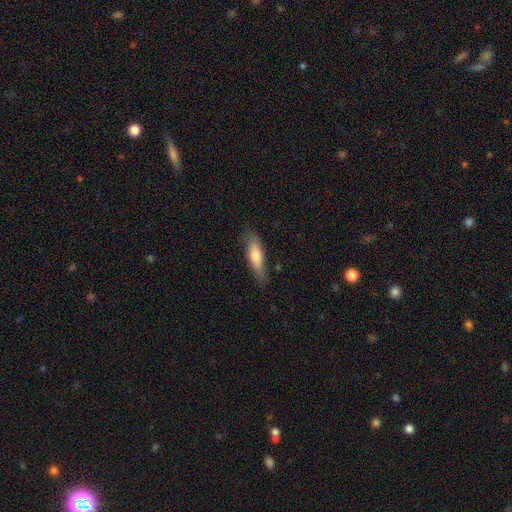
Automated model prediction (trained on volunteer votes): A smooth galaxy with no disk features (64%) that is cigar-shaped (58%).

Vote fractions:
- Smooth or featured? smooth: 64% / featured or disk: 30% / star or artifact: 6%
- How rounded? cigar-shaped: 58% / in between: 40% / round: 2%
- Merging? none: 74% / minor disturbance: 20% / major disturbance: 4% / merger: 2%